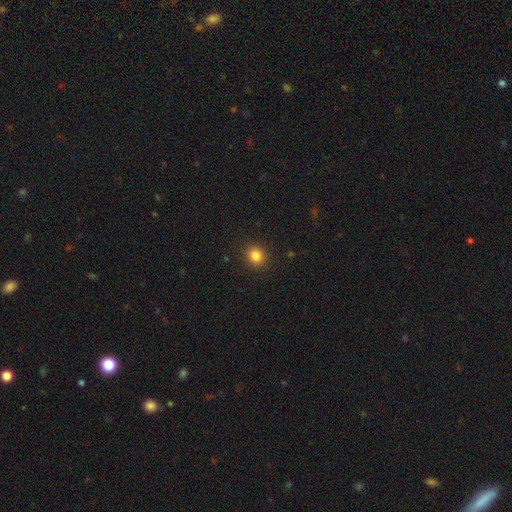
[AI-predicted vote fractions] Morphology: type=smooth (83%); roundness=round (82%); merging=none (91%).